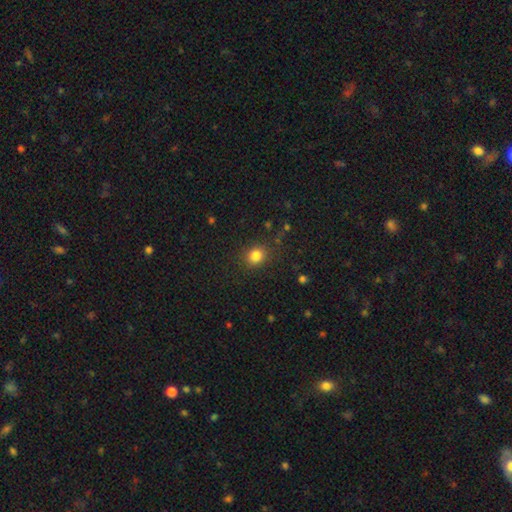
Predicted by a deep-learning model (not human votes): Smooth or featured: smooth — 83% (star or artifact — 12%)
How rounded: round — 76% (in between — 23%)
Merging: none — 84% (minor disturbance — 10%)